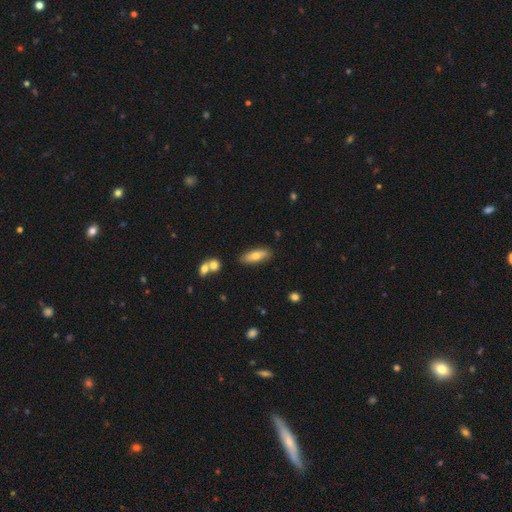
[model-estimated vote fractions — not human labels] Smooth or featured?
  - smooth: 72% *
  - featured or disk: 22%
  - star or artifact: 7%
How rounded?
  - in between: 61% *
  - cigar-shaped: 36%
  - round: 2%
Merging?
  - none: 83% *
  - minor disturbance: 11%
  - merger: 4%
  - major disturbance: 2%